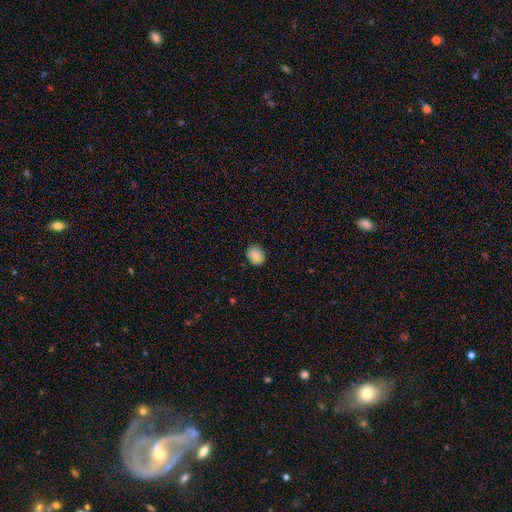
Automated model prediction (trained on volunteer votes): Smooth or featured? Predicted: smooth (p=0.86). How rounded? Predicted: round (p=0.56). Merging? Predicted: none (p=0.87).